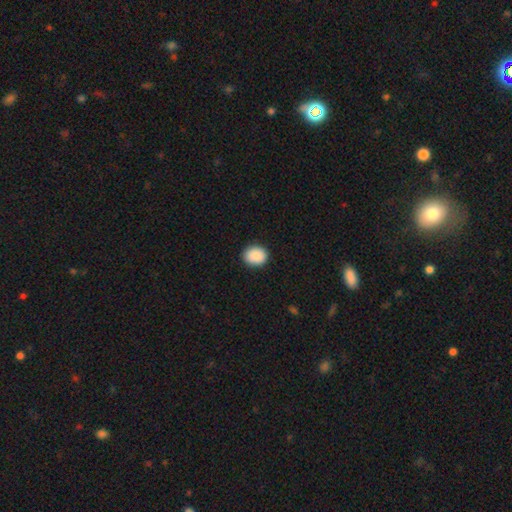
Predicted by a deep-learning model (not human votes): Smooth or featured? Predicted: smooth (p=0.90). How rounded? Predicted: round (p=0.61). Merging? Predicted: none (p=0.90).